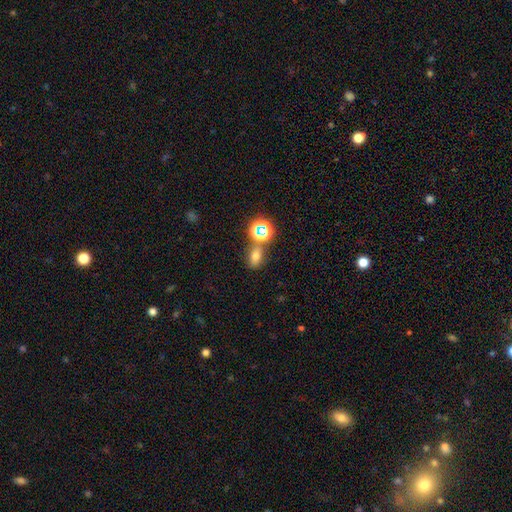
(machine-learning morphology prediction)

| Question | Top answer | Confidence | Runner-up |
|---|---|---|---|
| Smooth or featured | smooth | 63% | star or artifact (25%) |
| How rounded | in between | 68% | round (28%) |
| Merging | none | 66% | merger (19%) |